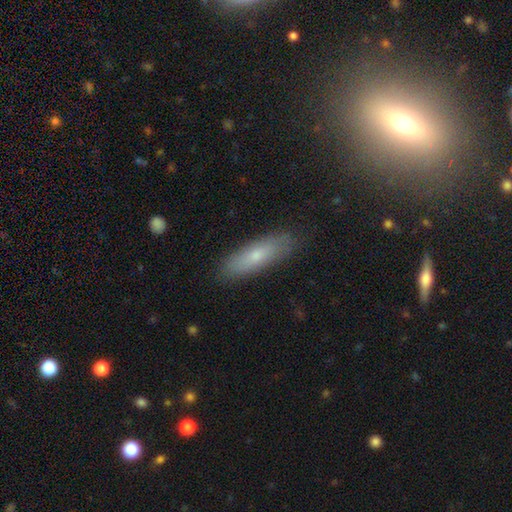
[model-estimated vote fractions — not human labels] smooth-or-featured: smooth: 68% | featured or disk: 25% | star or artifact: 7%
  how-rounded: cigar-shaped: 55% | in between: 43% | round: 2%
  merging: none: 85% | minor disturbance: 11% | major disturbance: 2% | merger: 1%